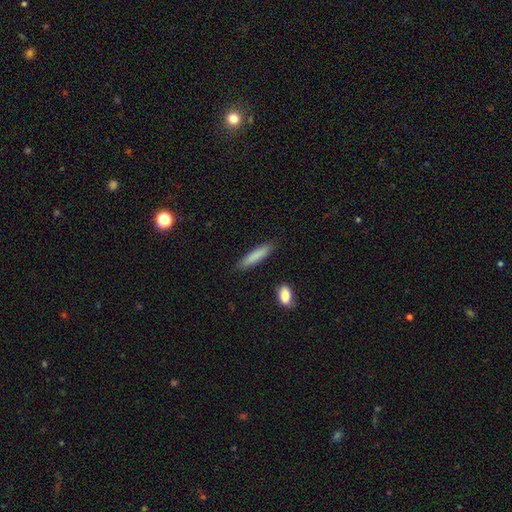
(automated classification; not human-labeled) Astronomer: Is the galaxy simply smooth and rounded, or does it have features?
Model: smooth — 84%.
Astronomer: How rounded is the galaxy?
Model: cigar-shaped — 85%.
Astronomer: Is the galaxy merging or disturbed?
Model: none — 87%.